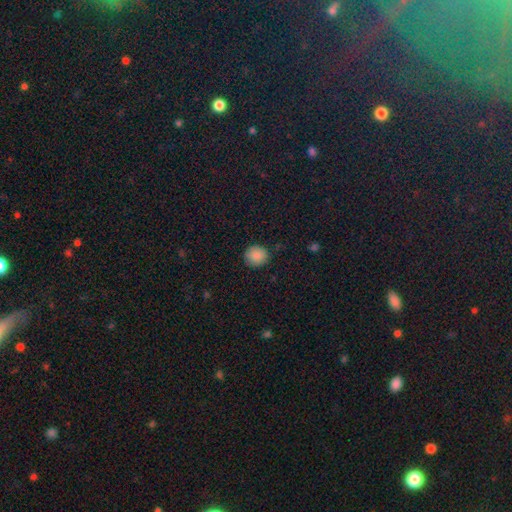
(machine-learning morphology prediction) Q: Smooth or featured?
A: smooth (88%); runner-up: star or artifact (9%)
Q: How rounded?
A: round (88%); runner-up: in between (11%)
Q: Merging?
A: none (88%); runner-up: minor disturbance (8%)